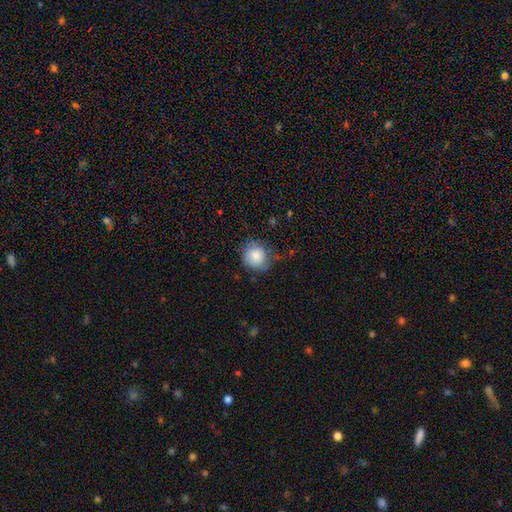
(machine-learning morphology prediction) Smooth or featured: smooth — 77% (featured or disk — 15%)
How rounded: round — 85% (in between — 14%)
Merging: none — 57% (minor disturbance — 30%)